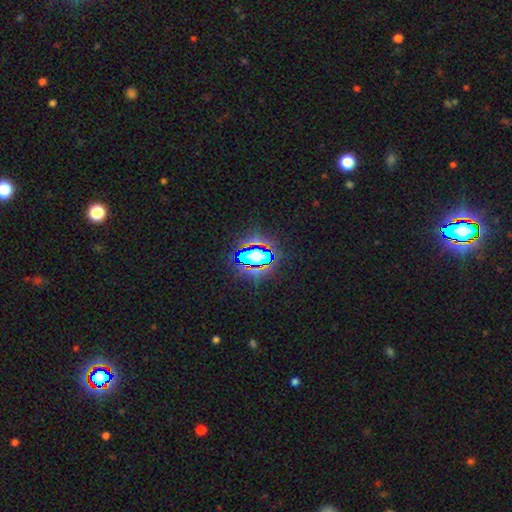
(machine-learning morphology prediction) Overall: star or artifact (58%; smooth 27%).